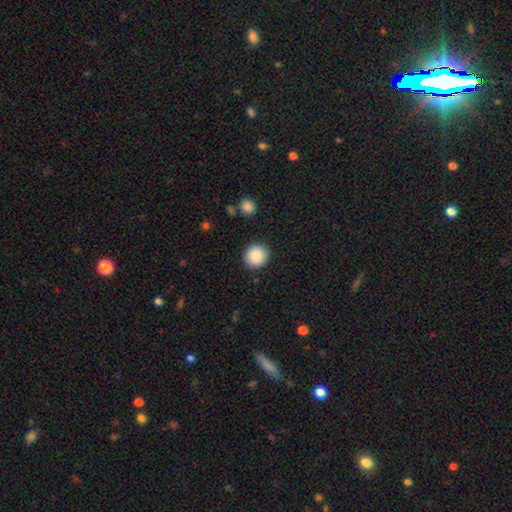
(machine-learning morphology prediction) smooth_or_featured: smooth (p=0.89) [alt: star or artifact p=0.08]
how_rounded: round (p=0.91) [alt: in between p=0.09]
merging: none (p=0.90) [alt: minor disturbance p=0.06]